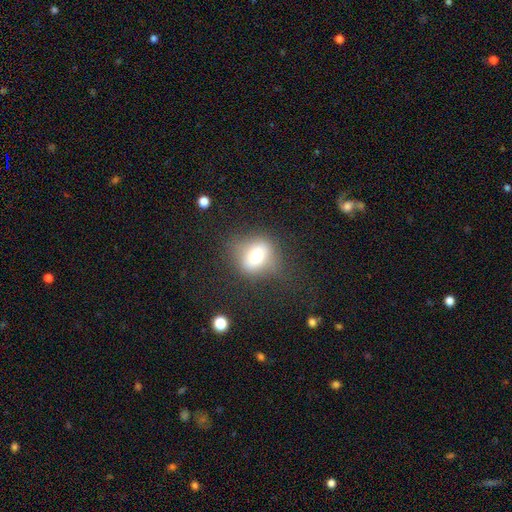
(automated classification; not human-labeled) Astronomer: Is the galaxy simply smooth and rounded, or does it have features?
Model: smooth — 68%.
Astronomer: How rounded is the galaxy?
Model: round — 65%.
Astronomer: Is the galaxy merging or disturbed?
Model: none — 67%.